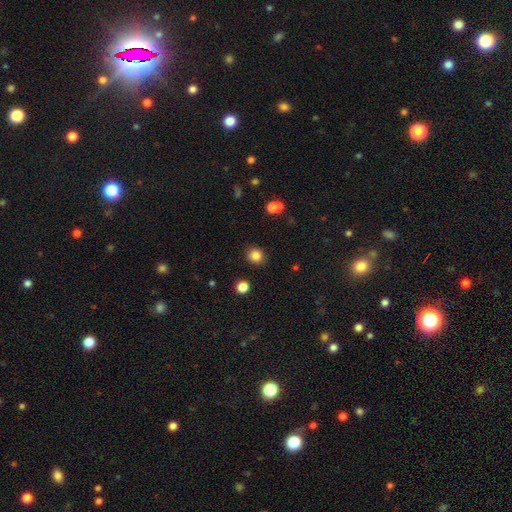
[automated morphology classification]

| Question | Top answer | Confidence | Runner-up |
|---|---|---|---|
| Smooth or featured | smooth | 84% | star or artifact (11%) |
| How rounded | round | 84% | in between (15%) |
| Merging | none | 90% | minor disturbance (6%) |